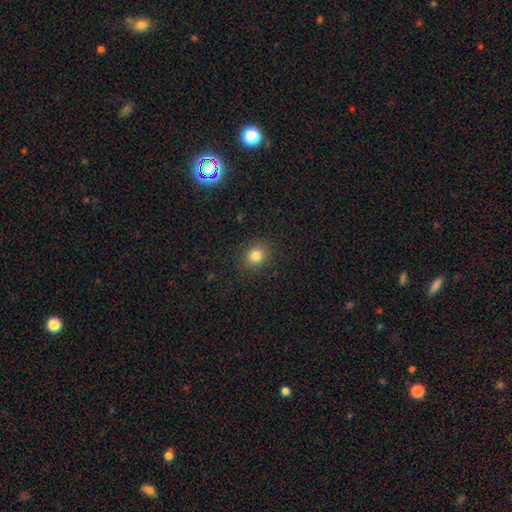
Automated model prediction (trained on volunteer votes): Smooth or featured?
  - smooth: 83% *
  - star or artifact: 12%
  - featured or disk: 6%
How rounded?
  - round: 69% *
  - in between: 30%
  - cigar-shaped: 1%
Merging?
  - none: 89% *
  - minor disturbance: 8%
  - major disturbance: 3%
  - merger: 1%